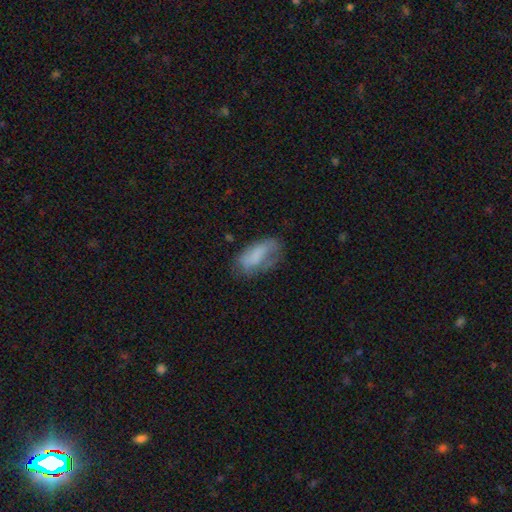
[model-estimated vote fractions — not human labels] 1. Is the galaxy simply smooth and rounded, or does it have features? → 68% smooth, 24% featured or disk, 8% star or artifact.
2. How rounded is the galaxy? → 89% in between, 7% cigar-shaped, 3% round.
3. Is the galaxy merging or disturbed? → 46% none, 32% minor disturbance, 20% major disturbance, 3% merger.